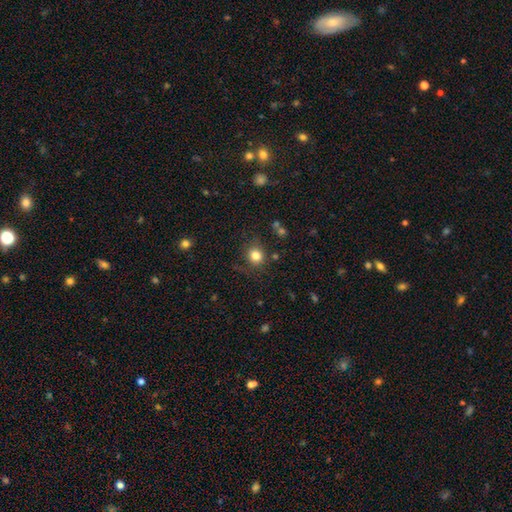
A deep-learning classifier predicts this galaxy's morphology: smooth-or-featured: smooth: 81% | star or artifact: 12% | featured or disk: 6%
  how-rounded: round: 84% | in between: 15% | cigar-shaped: 1%
  merging: none: 80% | minor disturbance: 12% | major disturbance: 5% | merger: 3%